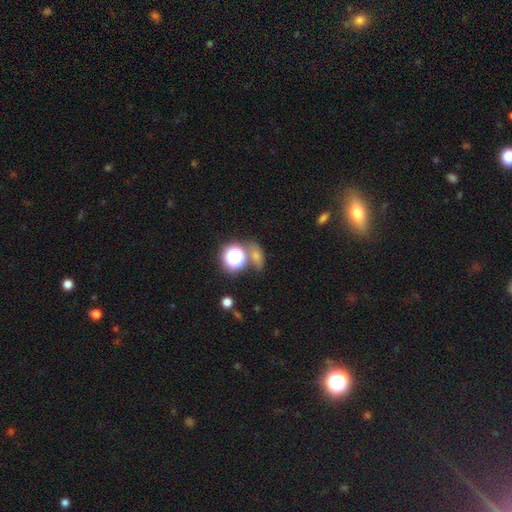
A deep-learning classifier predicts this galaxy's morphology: Q: Smooth or featured?
A: star or artifact (44%); runner-up: smooth (41%)